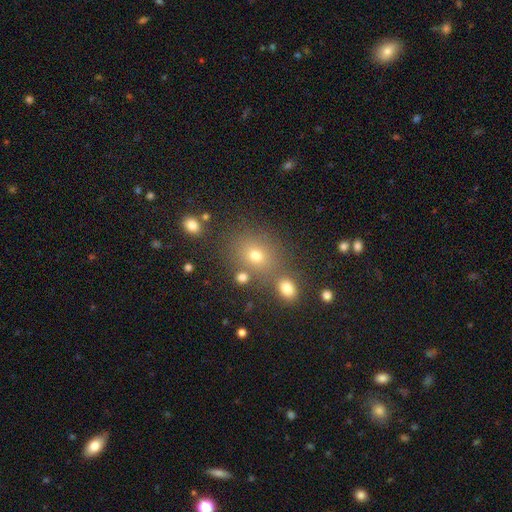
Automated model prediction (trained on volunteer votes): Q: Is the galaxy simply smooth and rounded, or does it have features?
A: smooth — 68%.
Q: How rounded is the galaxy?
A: round — 69%.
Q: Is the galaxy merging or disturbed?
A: none — 69%.